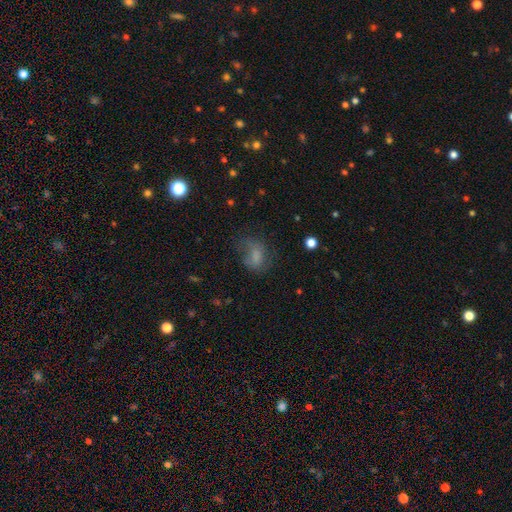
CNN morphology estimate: Q: Smooth or featured?
A: smooth (65%); runner-up: featured or disk (21%)
Q: How rounded?
A: in between (66%); runner-up: round (32%)
Q: Merging?
A: none (44%); runner-up: major disturbance (27%)